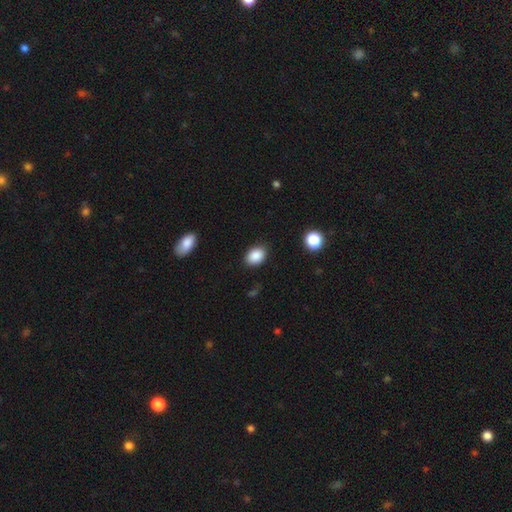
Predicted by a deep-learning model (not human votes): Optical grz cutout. It shows a smooth galaxy with no disk features (88%) that is in between round and cigar-shaped (76%). Merging: none (86%).